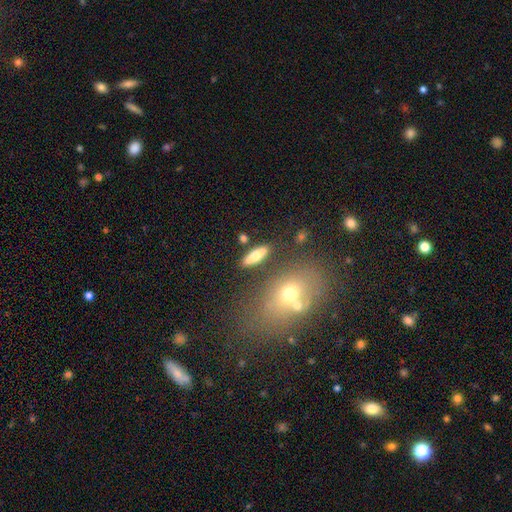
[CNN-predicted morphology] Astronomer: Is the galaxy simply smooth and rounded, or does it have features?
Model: smooth — 67%.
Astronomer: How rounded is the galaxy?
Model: cigar-shaped — 49% (runner-up: in between, 47%).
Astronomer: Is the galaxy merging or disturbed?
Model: none — 81%.